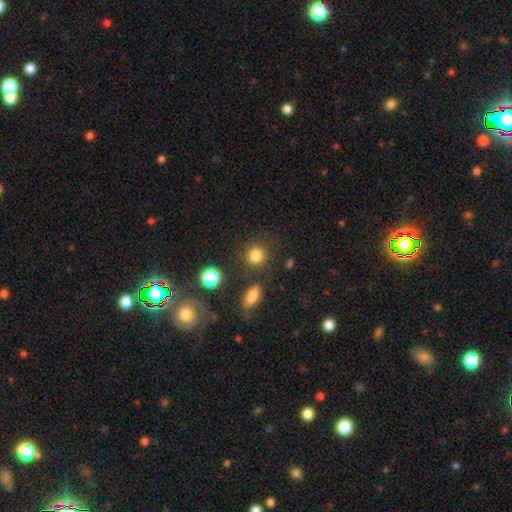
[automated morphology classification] smooth-or-featured: smooth: 81% | star or artifact: 13% | featured or disk: 6%
  how-rounded: round: 87% | in between: 12% | cigar-shaped: 1%
  merging: none: 78% | minor disturbance: 10% | merger: 6% | major disturbance: 5%